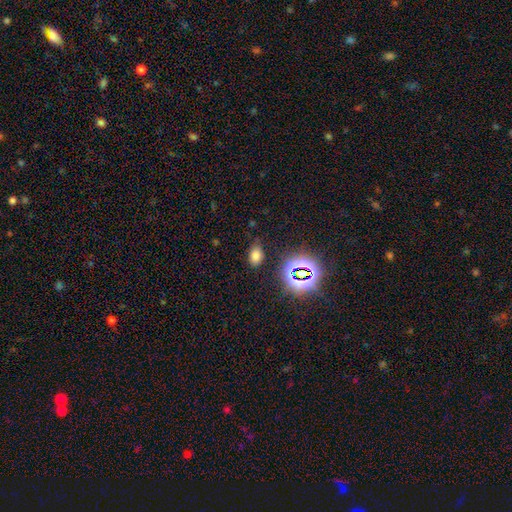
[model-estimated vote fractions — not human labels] Smooth or featured? smooth (68%)
How rounded? in between (84%)
Merging? none (81%)